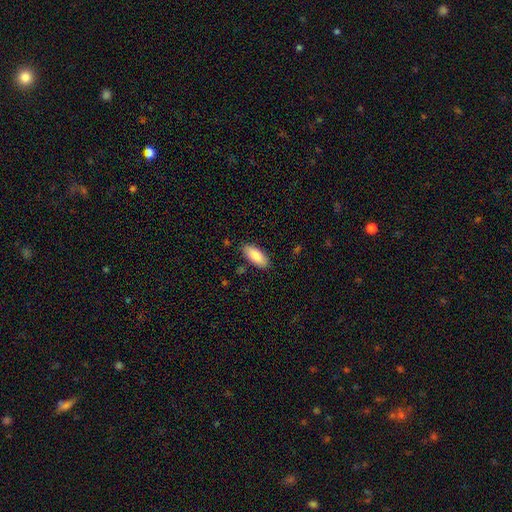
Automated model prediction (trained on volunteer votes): Smooth or featured? Predicted: smooth (p=0.87). How rounded? Predicted: in between (p=0.83). Merging? Predicted: none (p=0.85).